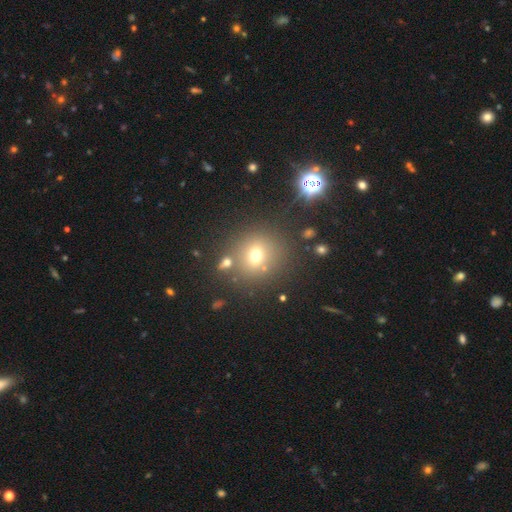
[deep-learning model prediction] Q: Smooth or featured?
A: smooth (67%); runner-up: star or artifact (20%)
Q: How rounded?
A: round (82%); runner-up: in between (17%)
Q: Merging?
A: none (75%); runner-up: minor disturbance (10%)